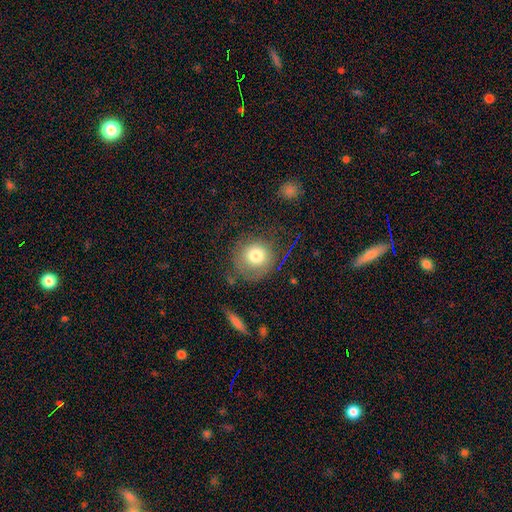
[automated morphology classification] Smooth or featured?
  - smooth: 75% *
  - featured or disk: 14%
  - star or artifact: 11%
How rounded?
  - round: 89% *
  - in between: 10%
  - cigar-shaped: 1%
Merging?
  - none: 65% *
  - minor disturbance: 18%
  - major disturbance: 14%
  - merger: 3%